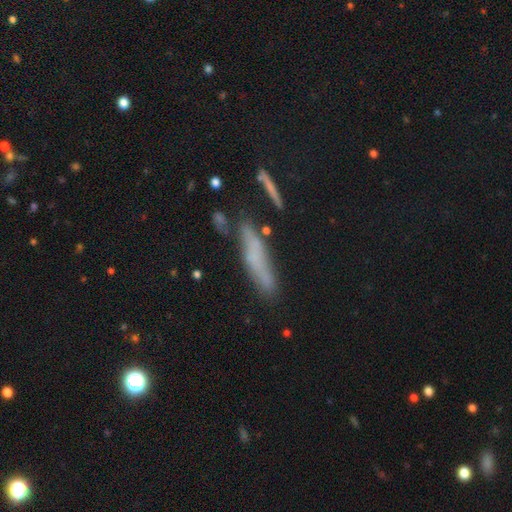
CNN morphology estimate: The model was most divided on "smooth or featured": smooth: 51%, featured or disk: 32%, star or artifact: 18%. More confident: how rounded — cigar-shaped (82%); merging — none (60%).